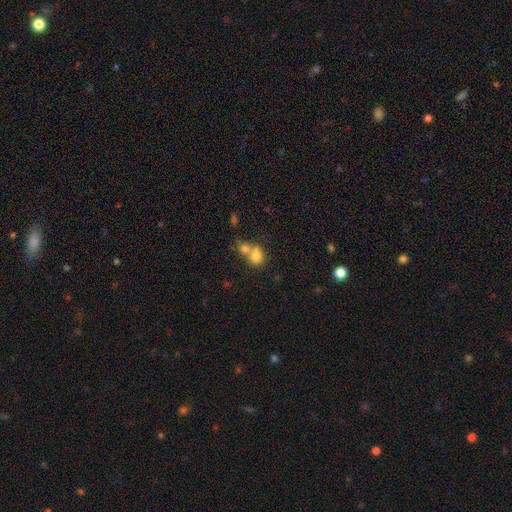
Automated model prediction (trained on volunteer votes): Smooth or featured: smooth — 75% (featured or disk — 15%)
How rounded: round — 72% (in between — 27%)
Merging: merger — 63% (none — 28%)